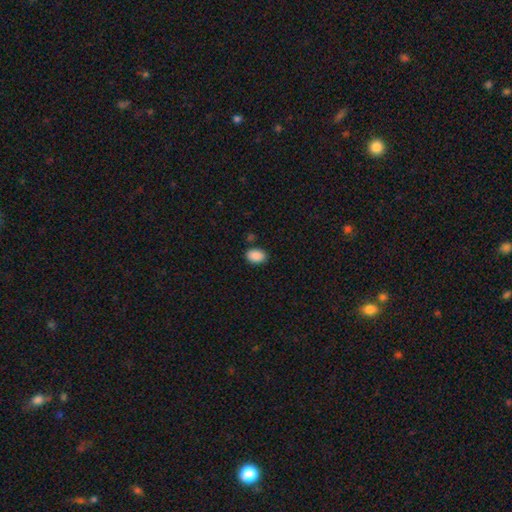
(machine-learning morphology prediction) A smooth galaxy with no disk features (90%) that is in between round and cigar-shaped (84%).

Vote fractions:
- Smooth or featured? smooth: 90% / star or artifact: 8% / featured or disk: 3%
- How rounded? in between: 84% / round: 15% / cigar-shaped: 1%
- Merging? none: 85% / minor disturbance: 10% / merger: 3% / major disturbance: 2%